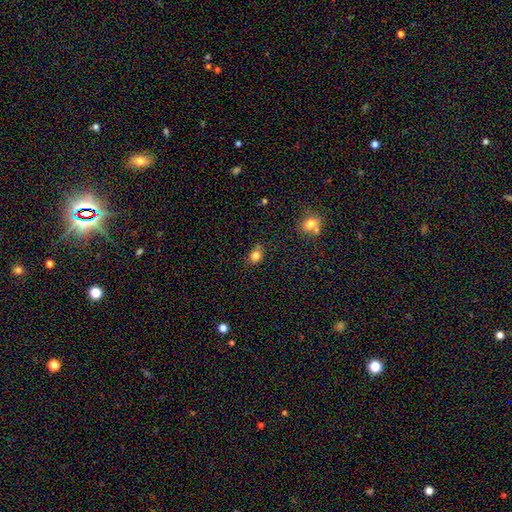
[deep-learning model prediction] Smooth or featured?
  - smooth: 81% *
  - star or artifact: 12%
  - featured or disk: 7%
How rounded?
  - in between: 54% *
  - round: 44%
  - cigar-shaped: 2%
Merging?
  - none: 68% *
  - minor disturbance: 23%
  - major disturbance: 5%
  - merger: 4%